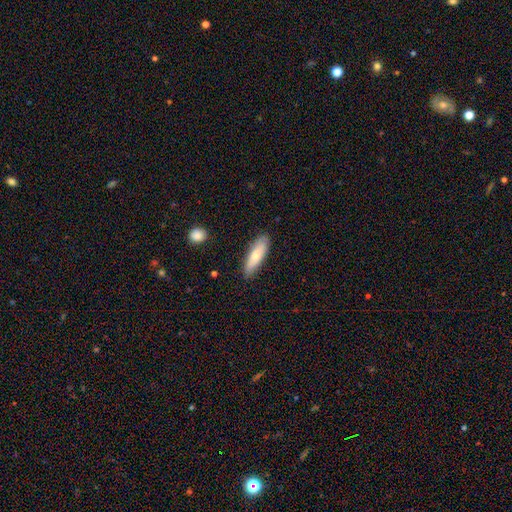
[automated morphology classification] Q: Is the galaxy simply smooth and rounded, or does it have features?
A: smooth — 69%.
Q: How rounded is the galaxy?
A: cigar-shaped — 51%.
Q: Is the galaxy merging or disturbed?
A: none — 82%.